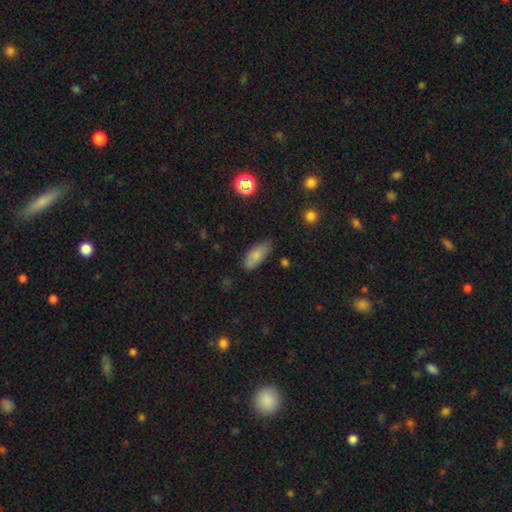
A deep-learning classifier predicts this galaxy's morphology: smooth_or_featured: smooth (p=0.80) [alt: featured or disk p=0.12]
how_rounded: in between (p=0.86) [alt: cigar-shaped p=0.12]
merging: none (p=0.71) [alt: minor disturbance p=0.23]